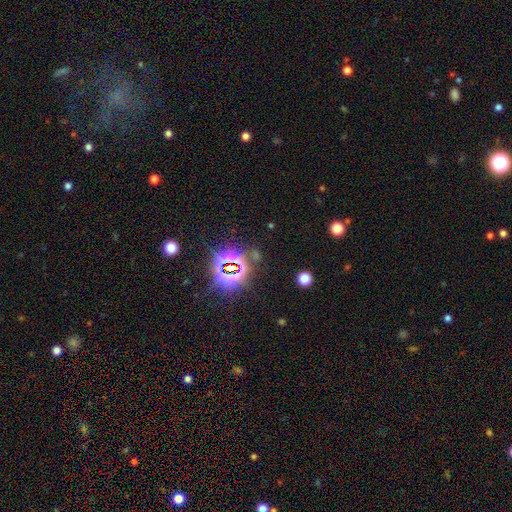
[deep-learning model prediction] This appears to be a star or artifact, not a galaxy (77%).